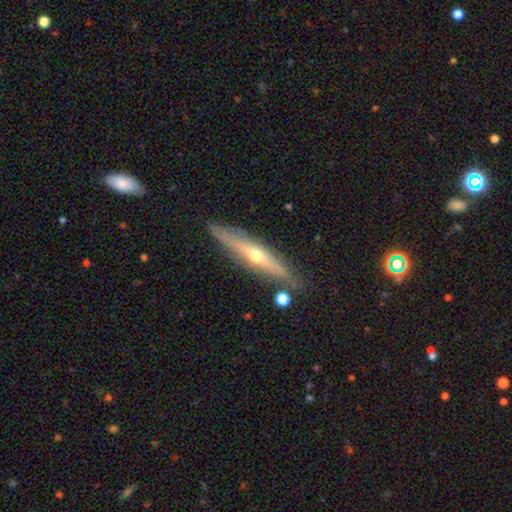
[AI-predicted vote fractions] Smooth or featured? featured or disk (66%)
Edge-on disk? yes (91%)
Edge-on bulge? rounded (85%)
Merging? none (84%)